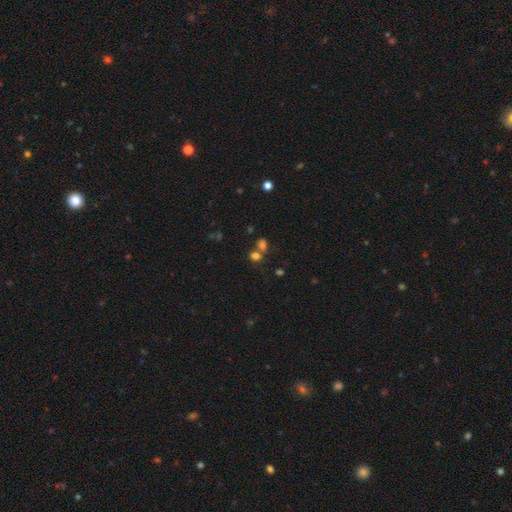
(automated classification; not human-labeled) Smooth or featured? smooth (71%)
How rounded? round (61%)
Merging? none (50%)